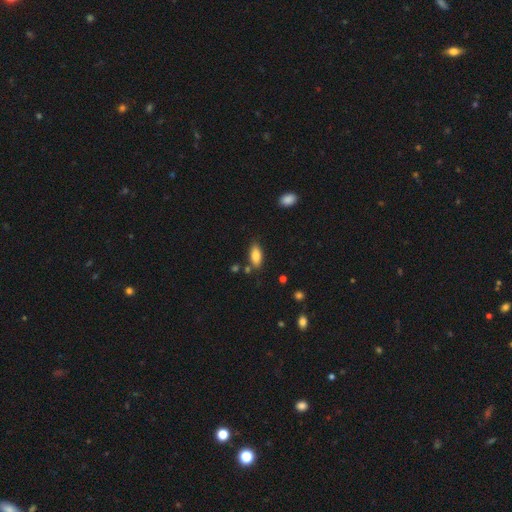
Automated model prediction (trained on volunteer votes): Smooth or featured: smooth — 83% (featured or disk — 10%)
How rounded: in between — 85% (cigar-shaped — 12%)
Merging: none — 78% (minor disturbance — 14%)